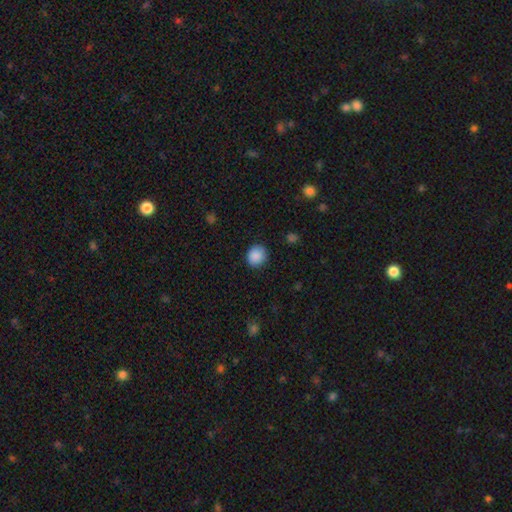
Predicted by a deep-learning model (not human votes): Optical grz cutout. It shows a smooth galaxy with no disk features (89%) that is round (76%). Merging: none (86%).